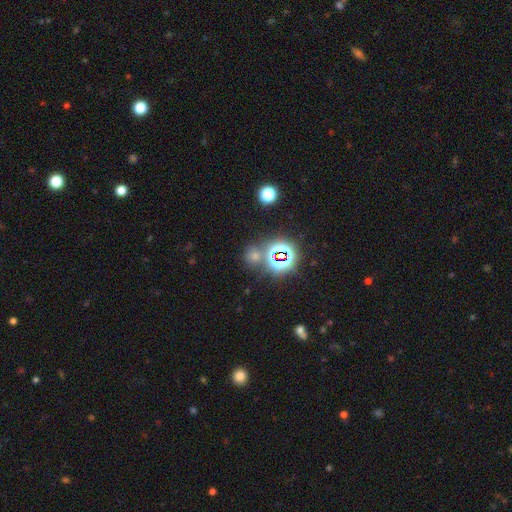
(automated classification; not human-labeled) Q: Smooth or featured?
A: star or artifact (64%); runner-up: smooth (28%)